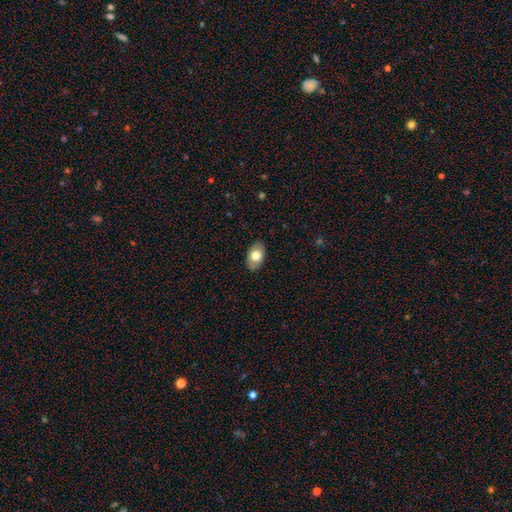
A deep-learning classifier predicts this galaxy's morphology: A smooth galaxy with no disk features (71%) that is in between round and cigar-shaped (90%).

Vote fractions:
- Smooth or featured? smooth: 71% / featured or disk: 23% / star or artifact: 7%
- How rounded? in between: 90% / round: 9% / cigar-shaped: 1%
- Merging? none: 84% / minor disturbance: 12% / major disturbance: 2% / merger: 1%